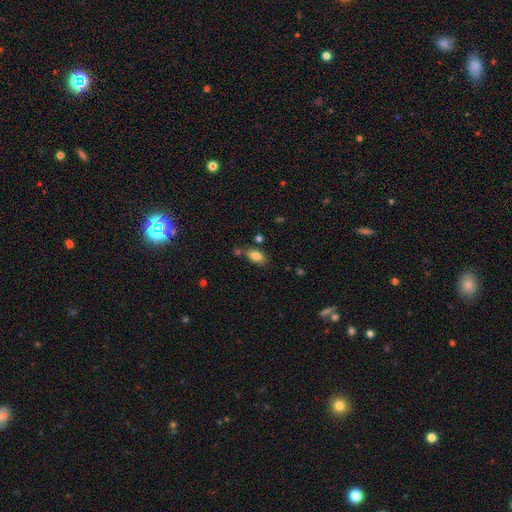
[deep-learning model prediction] This is clearly a smooth galaxy (82%). How rounded: clearly in between (89%). Merging: likely none (65%).